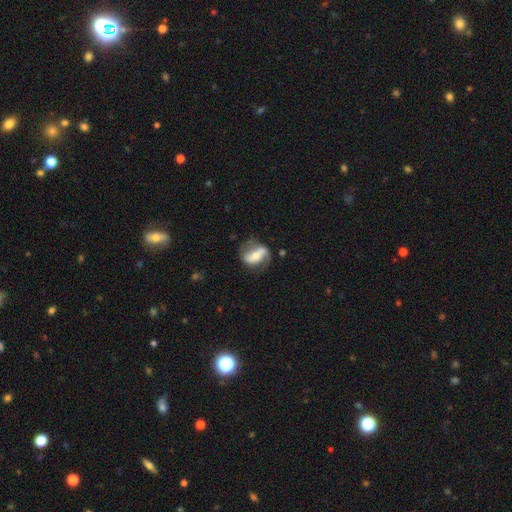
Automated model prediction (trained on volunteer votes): Morphology: type=featured or disk (63%); edge-on=no (90%); bar=strong (54%); spiral arms=yes (72%); bulge=moderate (51%); merging=none (62%).